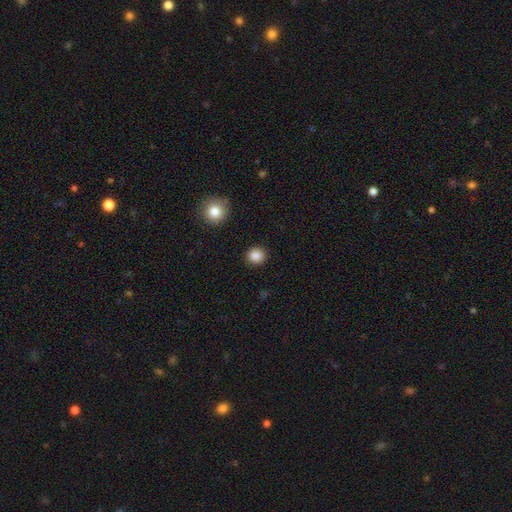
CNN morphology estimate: Smooth or featured: smooth — 86% (star or artifact — 10%)
How rounded: round — 89% (in between — 10%)
Merging: none — 91% (minor disturbance — 6%)